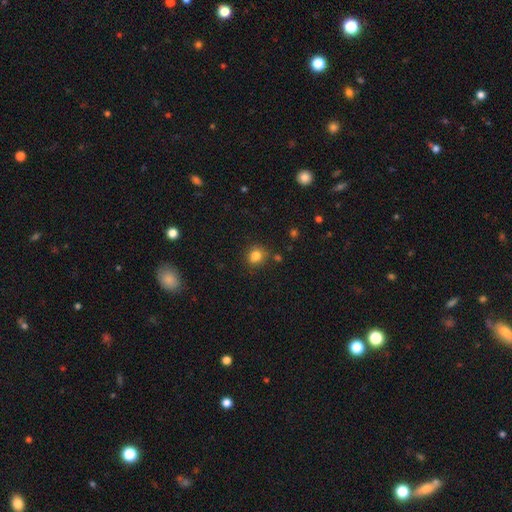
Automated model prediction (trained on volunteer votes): Q: Smooth or featured?
A: smooth (82%); runner-up: star or artifact (12%)
Q: How rounded?
A: round (75%); runner-up: in between (24%)
Q: Merging?
A: none (79%); runner-up: minor disturbance (13%)